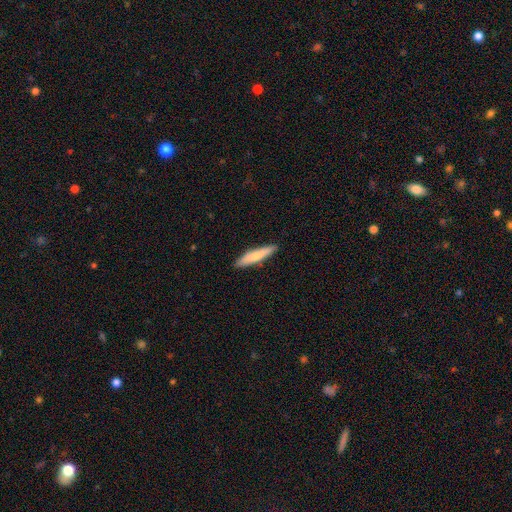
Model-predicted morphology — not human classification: Overall: smooth (71%). How rounded: cigar-shaped (87%). Merging: none (89%).